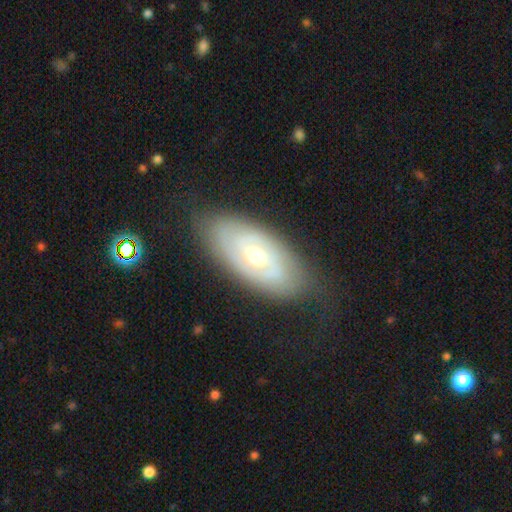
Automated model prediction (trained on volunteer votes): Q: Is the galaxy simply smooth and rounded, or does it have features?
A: featured or disk — 71%.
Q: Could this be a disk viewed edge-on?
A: no — 89%.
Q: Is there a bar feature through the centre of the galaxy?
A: no — 72%.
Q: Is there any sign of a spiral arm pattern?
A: yes — 64%.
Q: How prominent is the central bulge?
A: moderate — 68%.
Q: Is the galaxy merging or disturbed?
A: none — 76%.